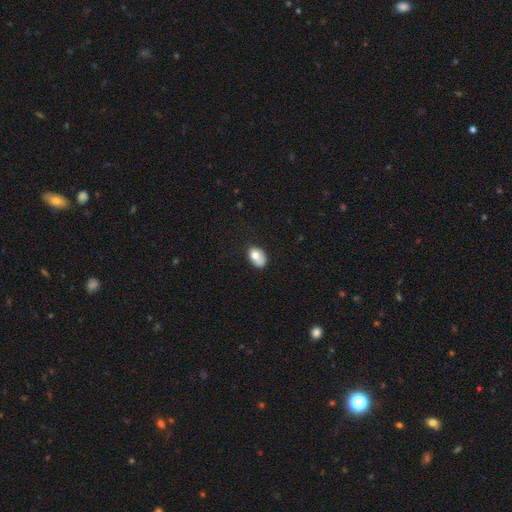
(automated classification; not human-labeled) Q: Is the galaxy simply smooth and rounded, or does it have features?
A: smooth — 75%.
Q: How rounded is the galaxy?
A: in between — 79%.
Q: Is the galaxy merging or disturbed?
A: none — 49%.